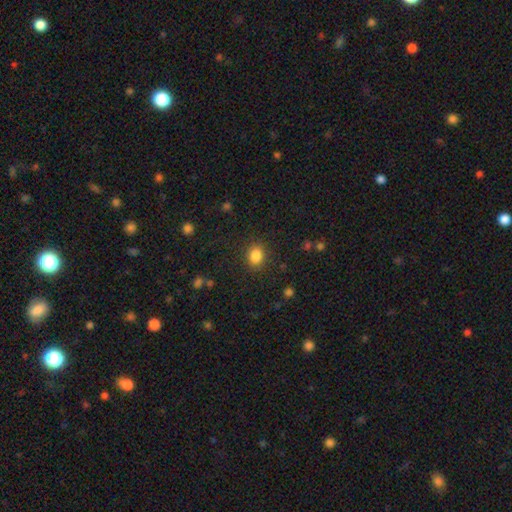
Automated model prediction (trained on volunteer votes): A smooth galaxy with no disk features (85%) that is round (58%). Merging: none (87%).